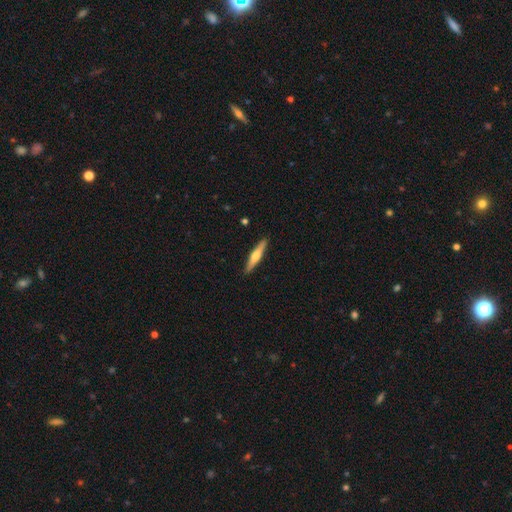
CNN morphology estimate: This appears to be a featured or disk galaxy (55%) viewed edge-on (96%) with a rounded central bulge (89%). Merging: none (91%).